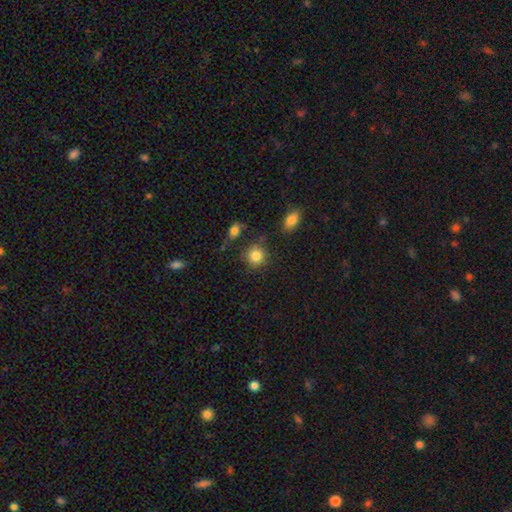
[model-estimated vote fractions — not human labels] The model was most divided on "merging": none: 76%, minor disturbance: 13%, merger: 6%, major disturbance: 5%. More confident: how rounded — round (87%); smooth or featured — smooth (84%).